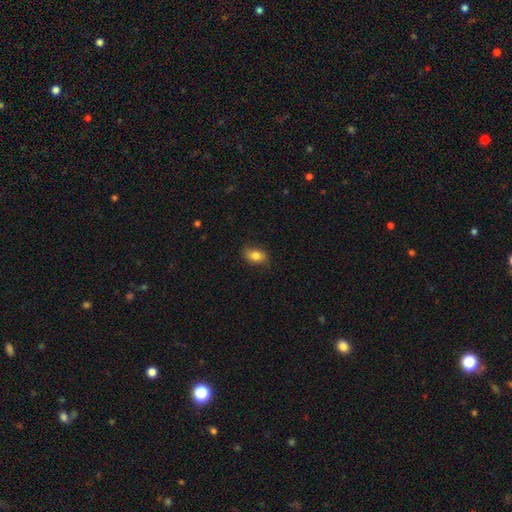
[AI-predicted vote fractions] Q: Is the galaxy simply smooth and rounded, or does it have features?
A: smooth — 80%.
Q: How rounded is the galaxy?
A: in between — 83%.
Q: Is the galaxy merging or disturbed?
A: none — 78%.